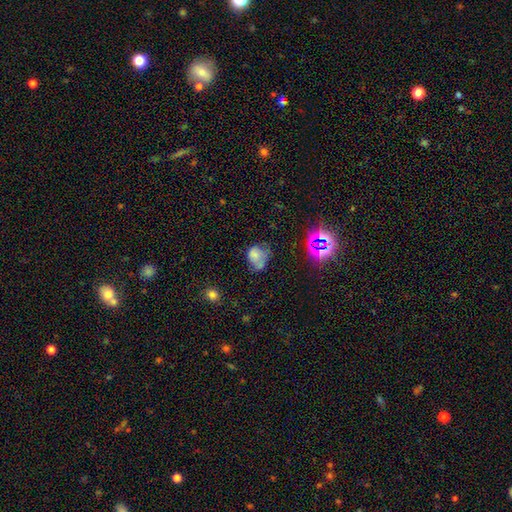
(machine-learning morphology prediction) A smooth galaxy with no disk features (62%) that is in between round and cigar-shaped (54%). Merging: minor disturbance (32%, tied with none).